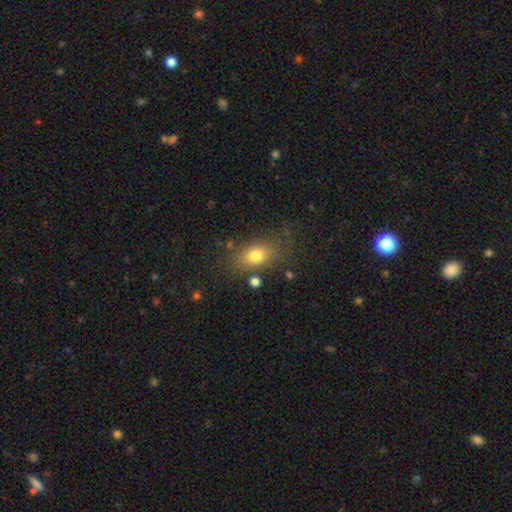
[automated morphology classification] A smooth galaxy with no disk features (76%) that is in between round and cigar-shaped (78%).

Vote fractions:
- Smooth or featured? smooth: 76% / featured or disk: 13% / star or artifact: 11%
- How rounded? in between: 78% / round: 18% / cigar-shaped: 3%
- Merging? none: 71% / minor disturbance: 17% / major disturbance: 8% / merger: 5%